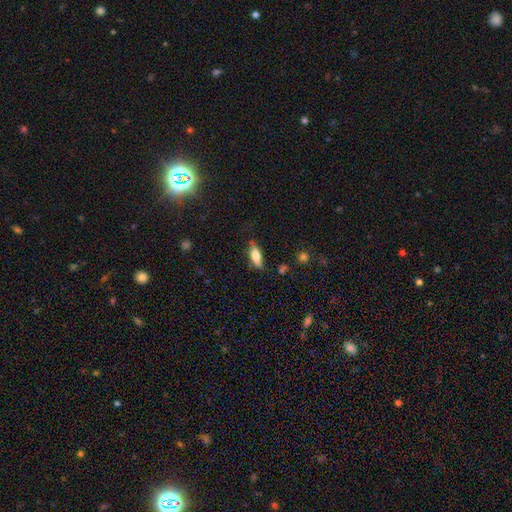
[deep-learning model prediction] smooth_or_featured: smooth (p=0.70) [alt: featured or disk p=0.22]
how_rounded: in between (p=0.67) [alt: cigar-shaped p=0.30]
merging: none (p=0.73) [alt: minor disturbance p=0.20]